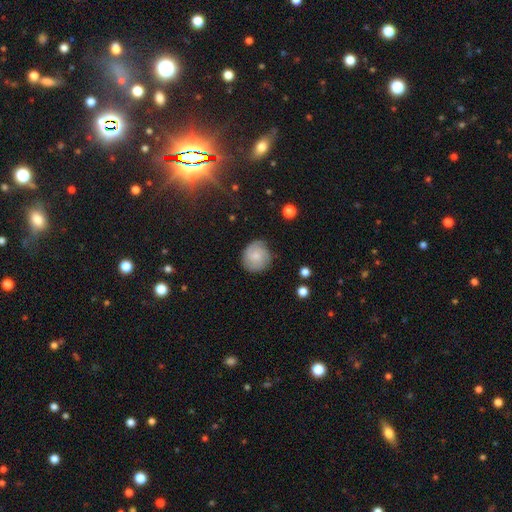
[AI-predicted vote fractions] Smooth or featured? featured or disk (50%)
Merging? none (78%)